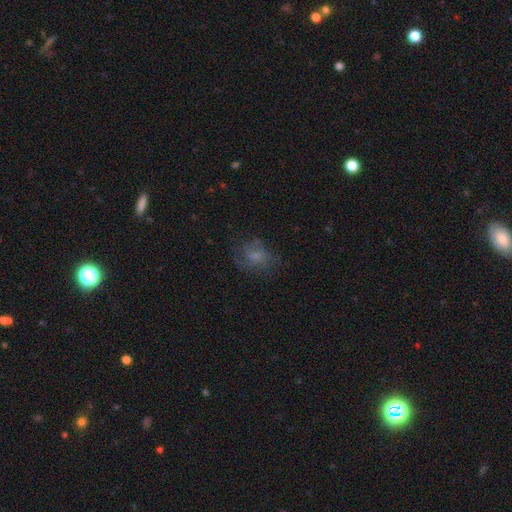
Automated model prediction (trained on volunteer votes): A smooth galaxy with no disk features (48%). Merging: none (55%).